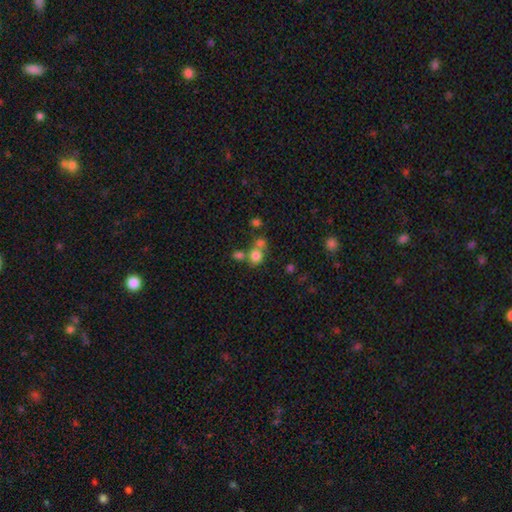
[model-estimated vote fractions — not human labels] Smooth or featured? Predicted: smooth (p=0.75). How rounded? Predicted: round (p=0.80). Merging? Predicted: none (p=0.49).